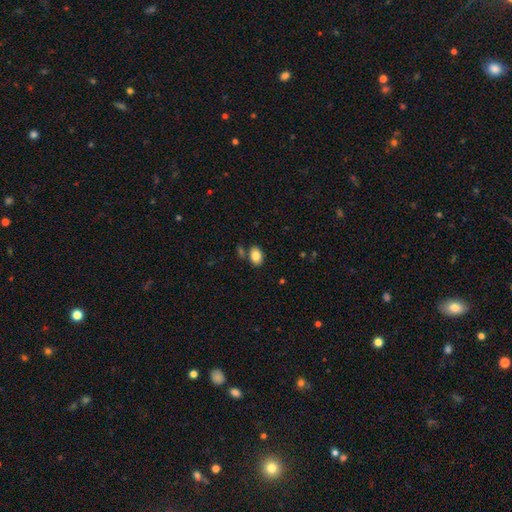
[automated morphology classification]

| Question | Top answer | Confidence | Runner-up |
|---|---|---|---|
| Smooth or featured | smooth | 85% | star or artifact (8%) |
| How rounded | in between | 78% | round (21%) |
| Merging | none | 76% | minor disturbance (11%) |